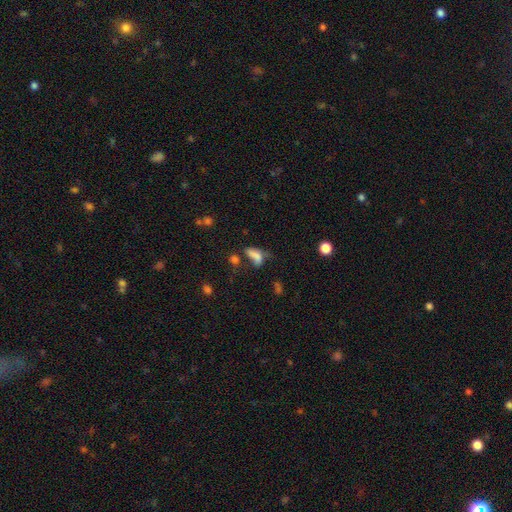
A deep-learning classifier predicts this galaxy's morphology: Smooth or featured?
  - smooth: 70% *
  - featured or disk: 16%
  - star or artifact: 14%
How rounded?
  - in between: 78% *
  - cigar-shaped: 15%
  - round: 6%
Merging?
  - major disturbance: 29% *
  - none: 28%
  - minor disturbance: 23%
  - merger: 19%